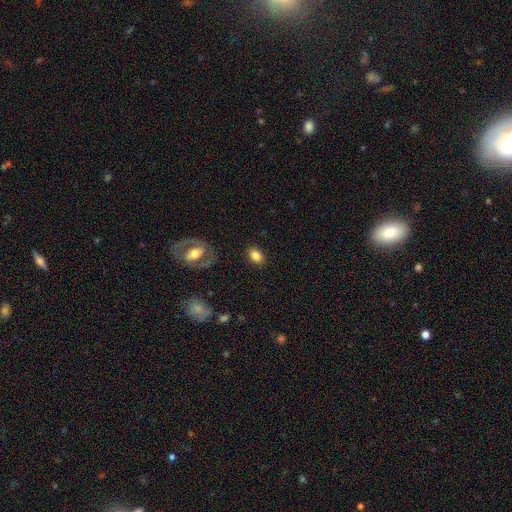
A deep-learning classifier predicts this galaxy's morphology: Overall: smooth (80%). How rounded: in between (78%). Merging: none (85%).